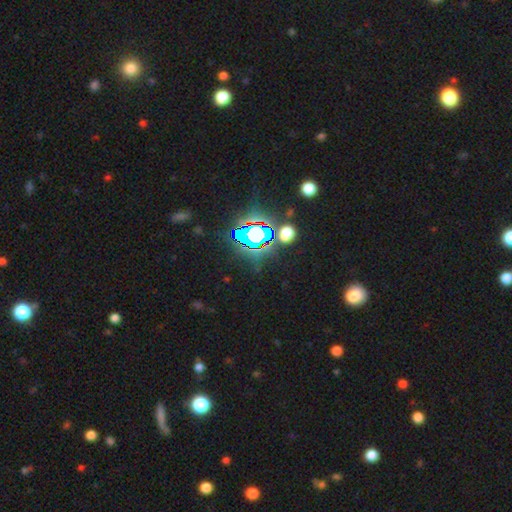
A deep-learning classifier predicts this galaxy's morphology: Smooth or featured? Predicted: star or artifact (p=0.82).